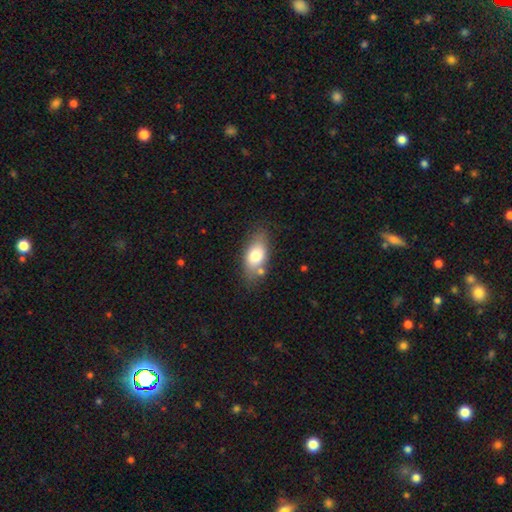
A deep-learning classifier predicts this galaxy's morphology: A smooth galaxy with no disk features (75%) that is in between round and cigar-shaped (85%). Merging: none (71%).